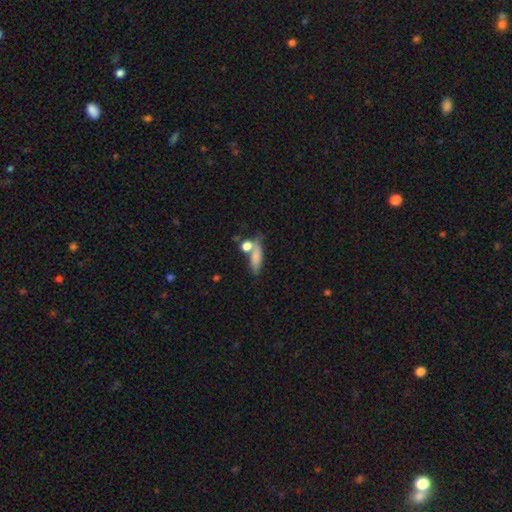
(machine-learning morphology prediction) smooth 79%, featured or disk 13%, star or artifact 9%. Down the decision tree: how rounded — in between (52%); merging — none (49%).